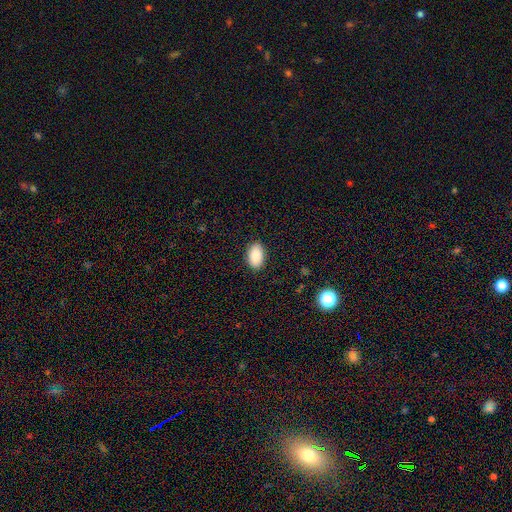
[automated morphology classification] This appears to be a smooth galaxy with no disk features (88%) that is in between round and cigar-shaped (93%). Merging: none (88%).